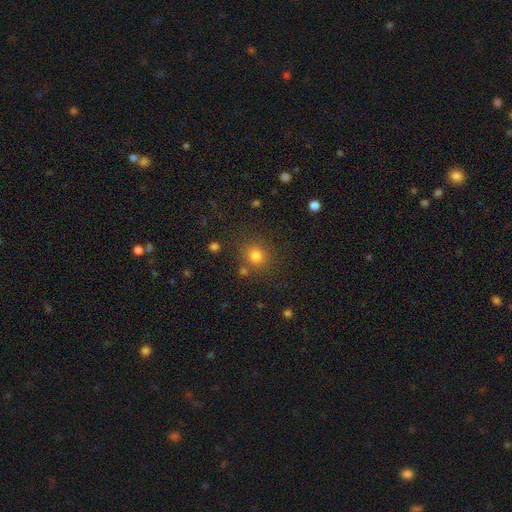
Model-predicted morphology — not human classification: smooth-or-featured: smooth: 79% | star or artifact: 15% | featured or disk: 7%
  how-rounded: round: 87% | in between: 12% | cigar-shaped: 1%
  merging: none: 80% | minor disturbance: 10% | merger: 6% | major disturbance: 4%